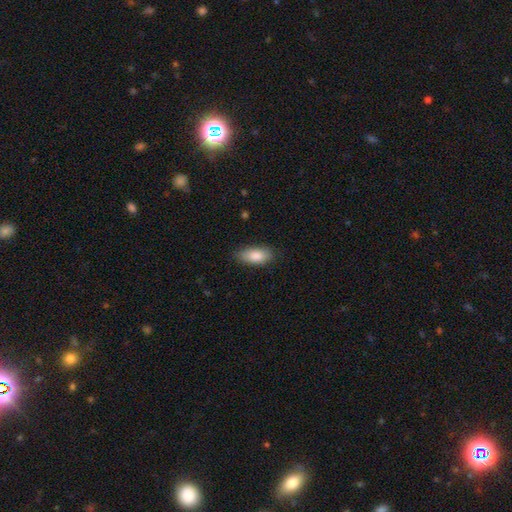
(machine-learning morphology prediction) This is clearly a smooth galaxy (87%). How rounded: clearly in between (88%). Merging: clearly none (82%).